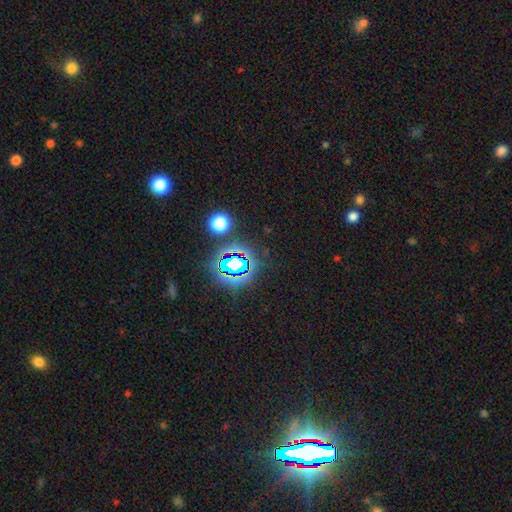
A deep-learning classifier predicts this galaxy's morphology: smooth_or_featured: star or artifact (p=0.80) [alt: smooth p=0.13]